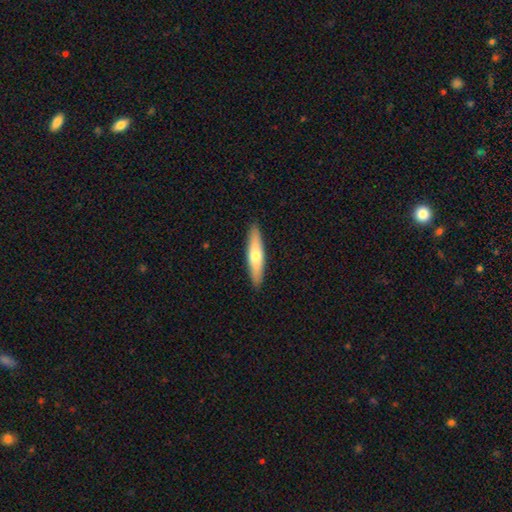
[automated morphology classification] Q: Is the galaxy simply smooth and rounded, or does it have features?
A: smooth — 57%.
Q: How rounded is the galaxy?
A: cigar-shaped — 77%.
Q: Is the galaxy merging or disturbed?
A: none — 90%.